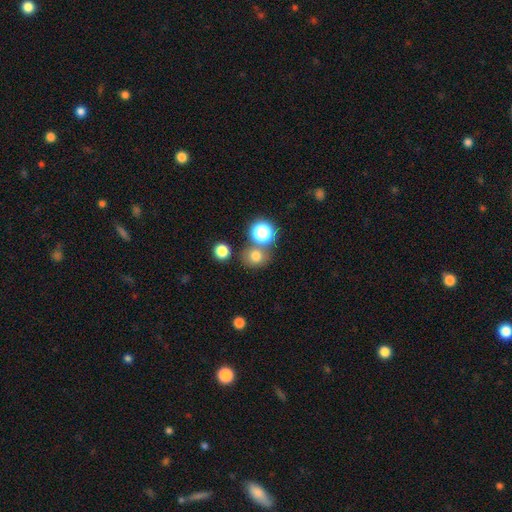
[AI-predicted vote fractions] This appears to be a smooth galaxy with no disk features (72%) that is round (77%). Merging: none (66%).